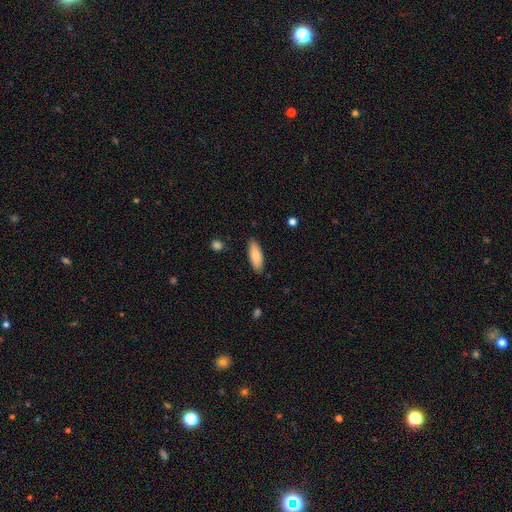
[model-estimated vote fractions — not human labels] smooth_or_featured: smooth (p=0.84) [alt: featured or disk p=0.10]
how_rounded: in between (p=0.64) [alt: cigar-shaped p=0.35]
merging: none (p=0.87) [alt: minor disturbance p=0.10]